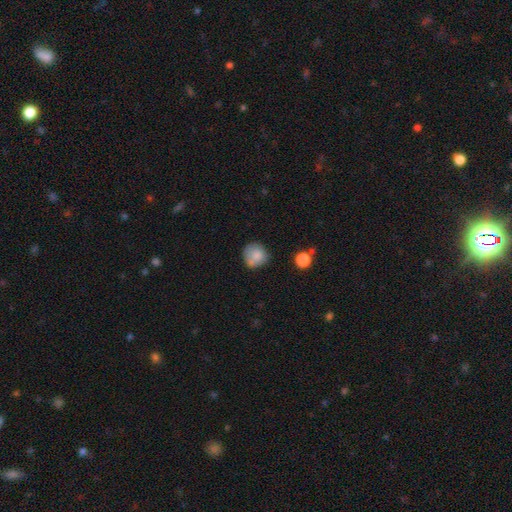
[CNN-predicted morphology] Q: Smooth or featured?
A: smooth (81%); runner-up: featured or disk (10%)
Q: How rounded?
A: round (87%); runner-up: in between (12%)
Q: Merging?
A: none (65%); runner-up: minor disturbance (23%)